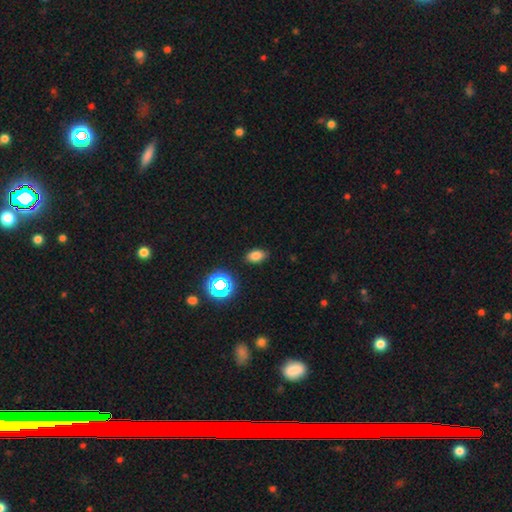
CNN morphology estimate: type=smooth (77%); roundness=in between (85%); merging=none (87%).